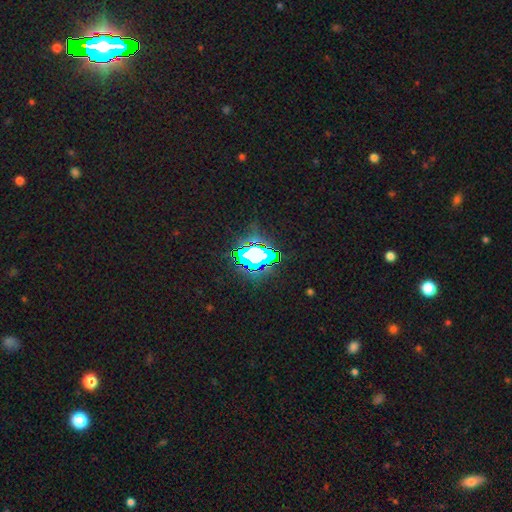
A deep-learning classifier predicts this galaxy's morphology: This is likely a star or artifact rather than a galaxy (64%).